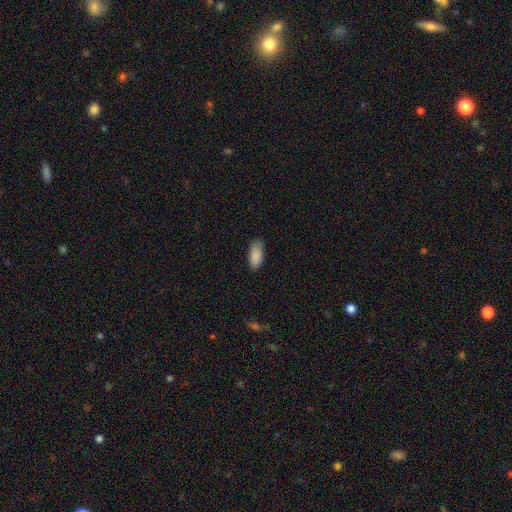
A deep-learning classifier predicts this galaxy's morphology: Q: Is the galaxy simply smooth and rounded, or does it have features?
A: smooth — 88%.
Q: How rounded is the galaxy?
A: in between — 89%.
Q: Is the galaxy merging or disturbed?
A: none — 75%.